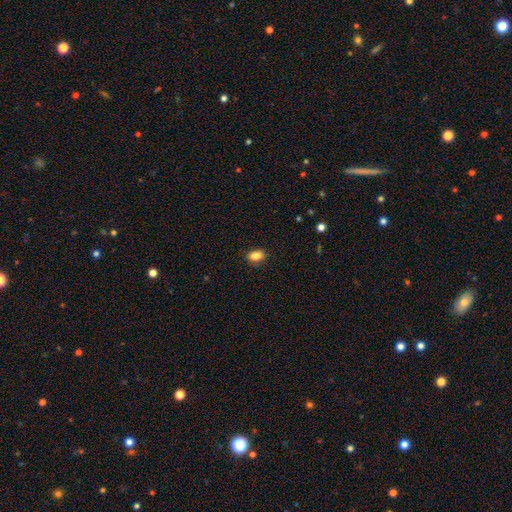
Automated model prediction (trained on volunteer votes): This appears to be a smooth galaxy with no disk features (87%) that is in between round and cigar-shaped (87%). Merging: none (86%).